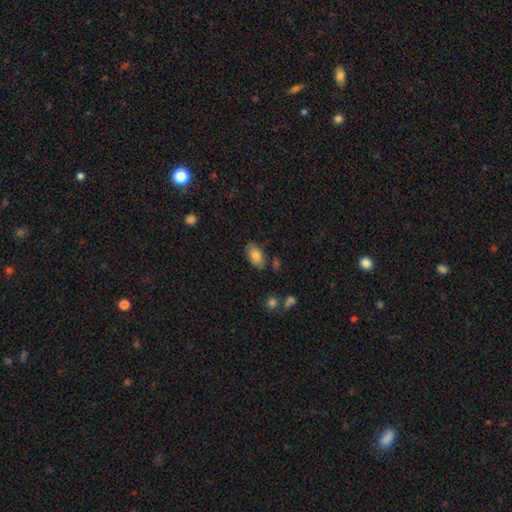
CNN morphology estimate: The model was most divided on "merging": none: 79%, minor disturbance: 15%, major disturbance: 3%, merger: 3%. More confident: how rounded — in between (93%); smooth or featured — smooth (80%).